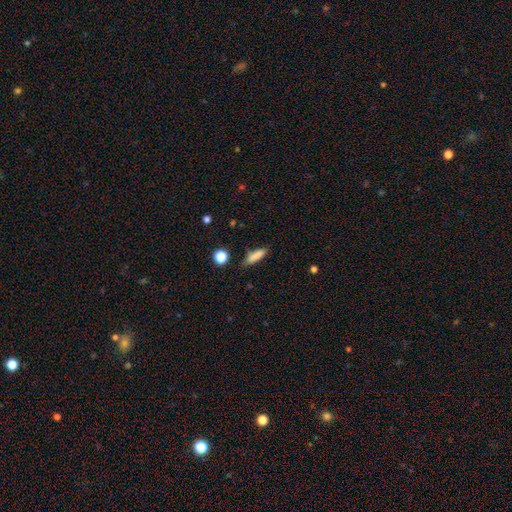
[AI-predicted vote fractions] Q: Smooth or featured?
A: smooth (83%); runner-up: star or artifact (9%)
Q: How rounded?
A: cigar-shaped (66%); runner-up: in between (32%)
Q: Merging?
A: none (79%); runner-up: minor disturbance (15%)